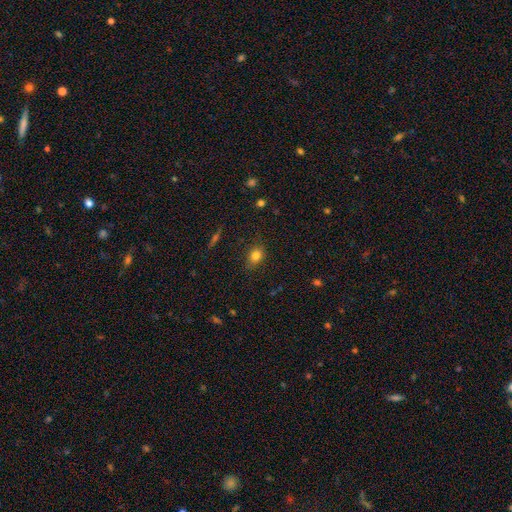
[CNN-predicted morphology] smooth-or-featured: smooth: 80% | star or artifact: 11% | featured or disk: 9%
  how-rounded: in between: 62% | round: 36% | cigar-shaped: 2%
  merging: none: 78% | minor disturbance: 17% | major disturbance: 4% | merger: 1%